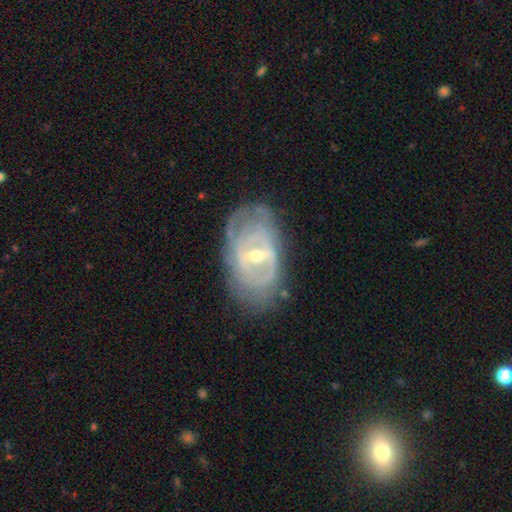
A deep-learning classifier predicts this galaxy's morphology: featured or disk 82%, smooth 12%, star or artifact 6%. Down the decision tree: edge-on disk — no (94%); bar — strong (51%); spiral arms — yes (69%); spiral arm count — can't tell (45%); spiral winding — tight (58%); bulge size — small (51%); merging — none (68%).